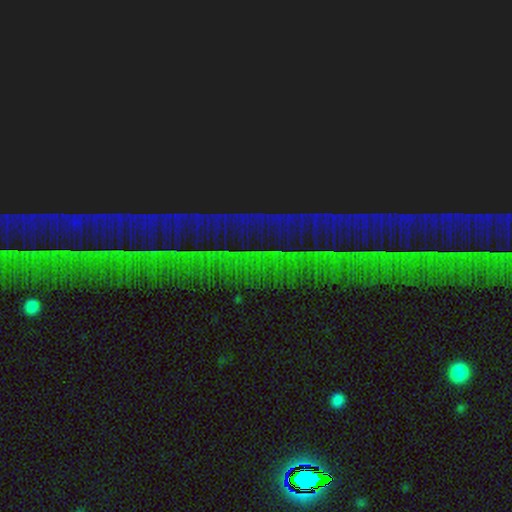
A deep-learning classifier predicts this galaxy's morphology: Overall: star or artifact (87%).